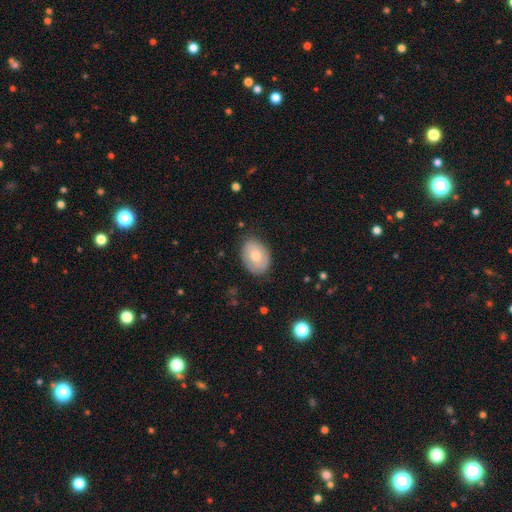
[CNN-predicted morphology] Smooth or featured? smooth (69%)
How rounded? in between (78%)
Merging? none (78%)